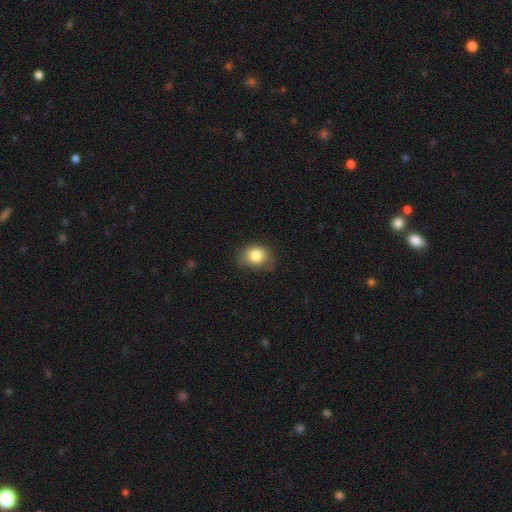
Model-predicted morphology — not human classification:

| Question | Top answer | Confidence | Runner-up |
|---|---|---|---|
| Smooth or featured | smooth | 82% | star or artifact (9%) |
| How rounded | in between | 50% | round (49%) |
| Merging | none | 65% | minor disturbance (27%) |